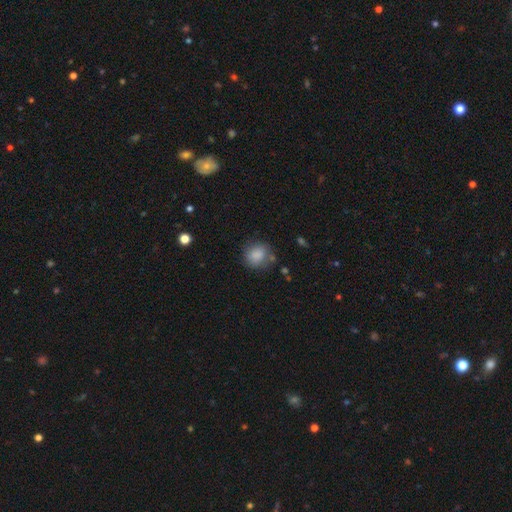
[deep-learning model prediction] A smooth galaxy with no disk features (85%) that is round (74%).

Vote fractions:
- Smooth or featured? smooth: 85% / star or artifact: 9% / featured or disk: 7%
- How rounded? round: 74% / in between: 25% / cigar-shaped: 1%
- Merging? none: 71% / minor disturbance: 18% / major disturbance: 6% / merger: 4%